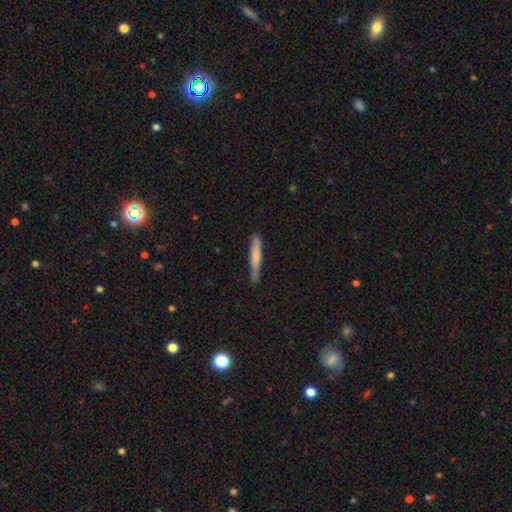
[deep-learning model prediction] This appears to be a smooth galaxy with no disk features (68%) that is cigar-shaped (94%). Merging: none (78%).